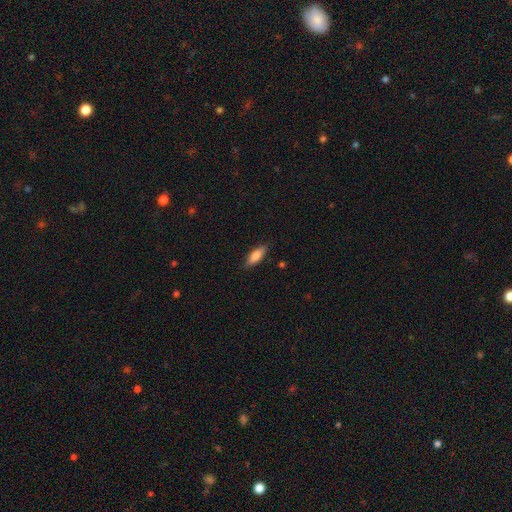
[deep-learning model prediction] Morphology: type=smooth (80%); roundness=in between (62%); merging=none (85%).